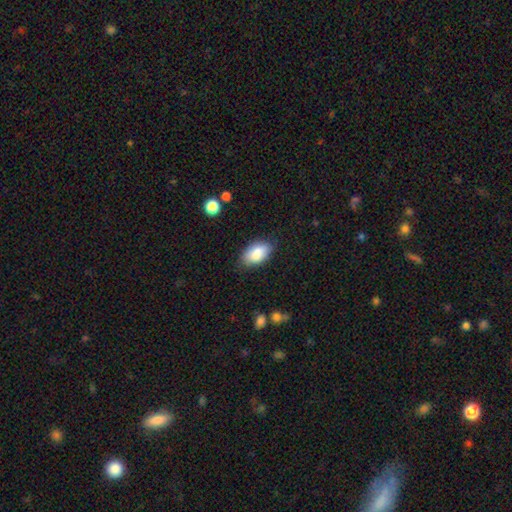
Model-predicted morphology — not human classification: Overall: smooth (86%). How rounded: in between (93%). Merging: none (77%).